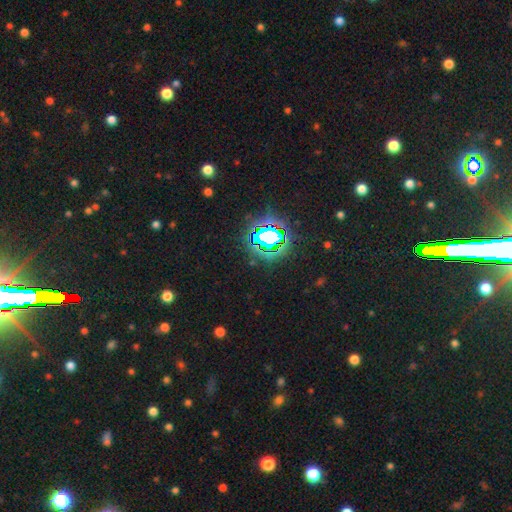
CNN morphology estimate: star or artifact 83%, smooth 9%, featured or disk 8%.